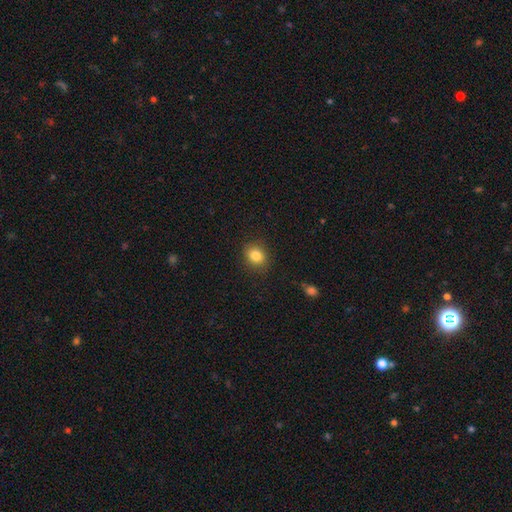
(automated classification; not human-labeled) The model was most divided on "how rounded": round: 57%, in between: 42%, cigar-shaped: 1%. More confident: merging — none (86%); smooth or featured — smooth (83%).